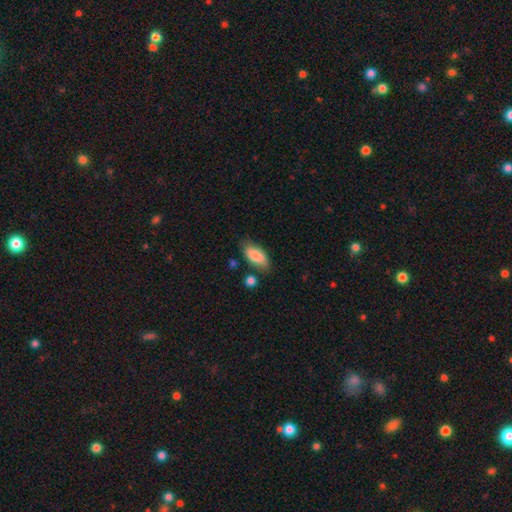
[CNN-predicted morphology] smooth_or_featured: smooth (p=0.82) [alt: featured or disk p=0.11]
how_rounded: in between (p=0.88) [alt: cigar-shaped p=0.09]
merging: none (p=0.72) [alt: minor disturbance p=0.18]